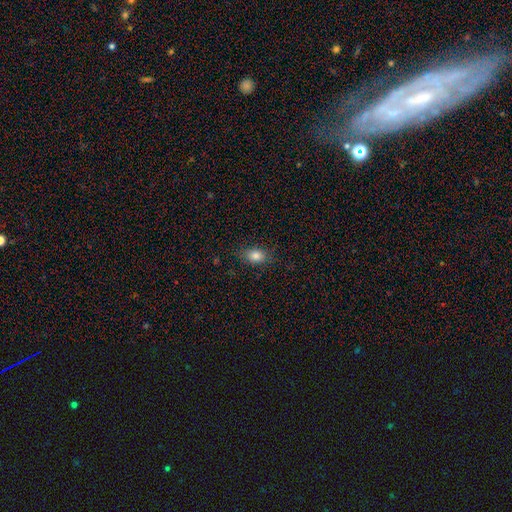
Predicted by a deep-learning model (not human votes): Smooth or featured? Predicted: smooth (p=0.83). How rounded? Predicted: in between (p=0.75). Merging? Predicted: none (p=0.80).